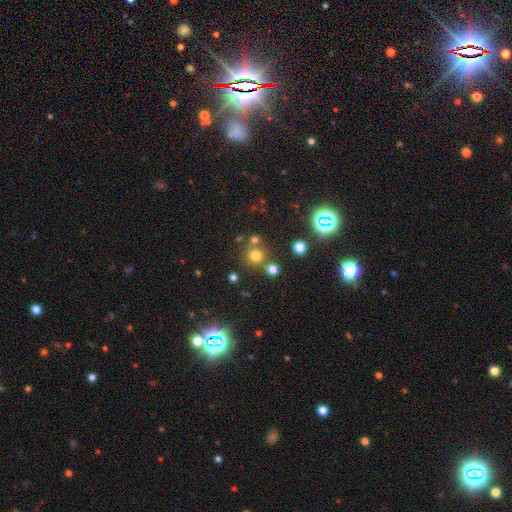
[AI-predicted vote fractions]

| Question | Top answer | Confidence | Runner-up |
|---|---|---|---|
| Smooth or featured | smooth | 68% | star or artifact (24%) |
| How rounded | round | 91% | in between (8%) |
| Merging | none | 72% | merger (15%) |